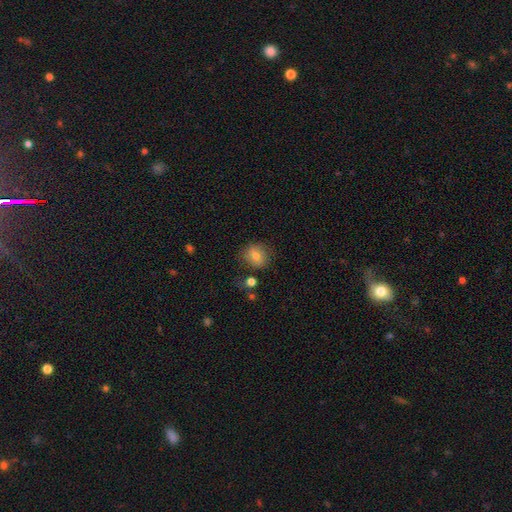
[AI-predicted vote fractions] The model was most divided on "how rounded": round: 72%, in between: 27%, cigar-shaped: 1%. More confident: merging — none (73%); smooth or featured — smooth (73%).